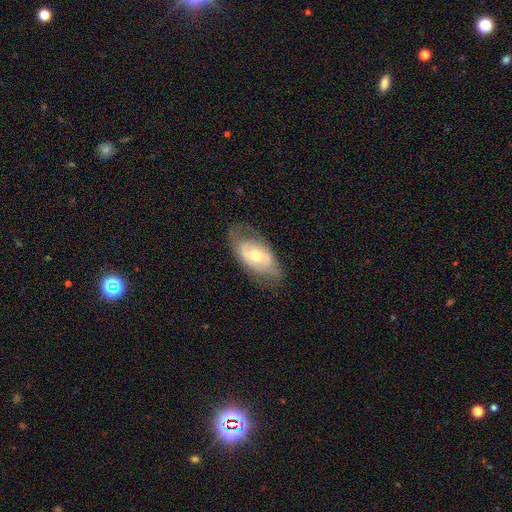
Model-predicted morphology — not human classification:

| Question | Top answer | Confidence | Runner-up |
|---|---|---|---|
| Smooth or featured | featured or disk | 59% | smooth (35%) |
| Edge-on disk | no | 89% | yes (11%) |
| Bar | no | 51% | weak (34%) |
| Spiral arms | yes | 51% | no (49%) |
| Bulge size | moderate | 62% | small (32%) |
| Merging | none | 67% | minor disturbance (22%) |